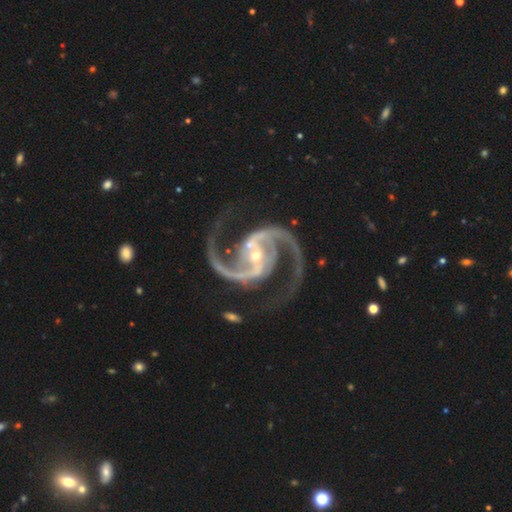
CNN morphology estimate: Smooth or featured? featured or disk (95%)
Edge-on disk? no (98%)
Bar? strong (46%)
Spiral arms? yes (99%)
Spiral winding? medium (68%)
Spiral arm count? 2 (95%)
Bulge size? small (64%)
Merging? none (80%)